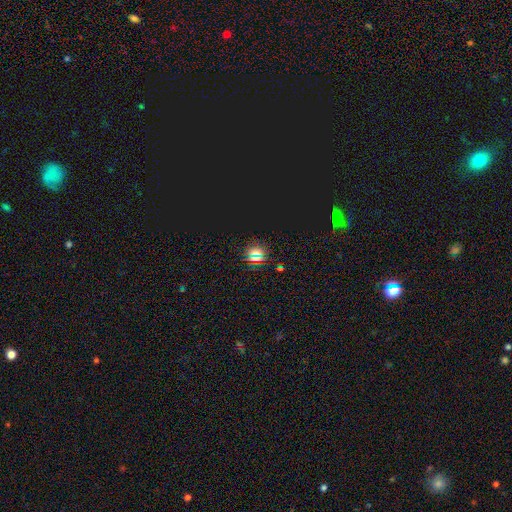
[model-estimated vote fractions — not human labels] The model was most divided on "smooth or featured": star or artifact: 64%, smooth: 28%, featured or disk: 8%.